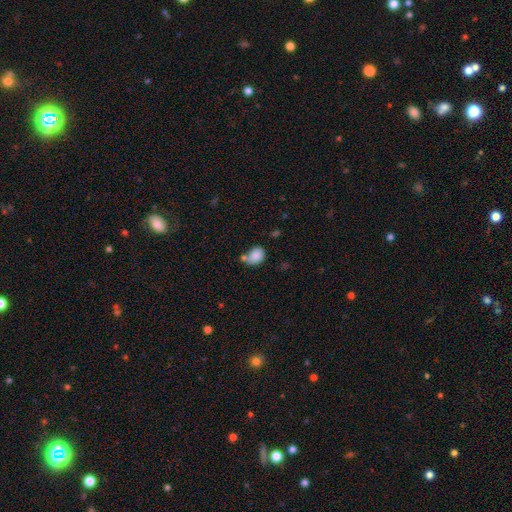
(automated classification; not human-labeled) This appears to be a smooth galaxy with no disk features (85%) that is in between round and cigar-shaped (62%). Merging: none (51%).